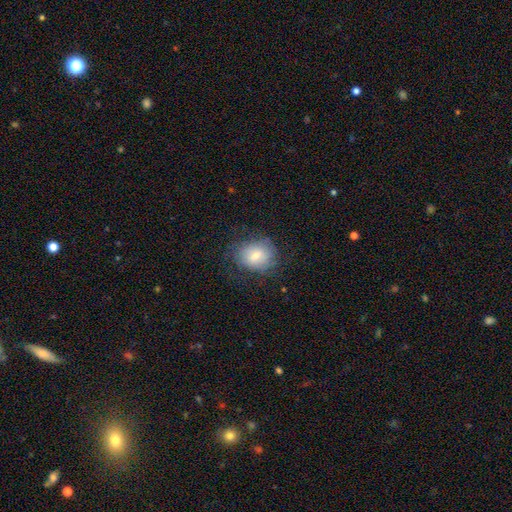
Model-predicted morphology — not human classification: Smooth or featured? Predicted: smooth (p=0.70). How rounded? Predicted: round (p=0.58). Merging? Predicted: none (p=0.68).